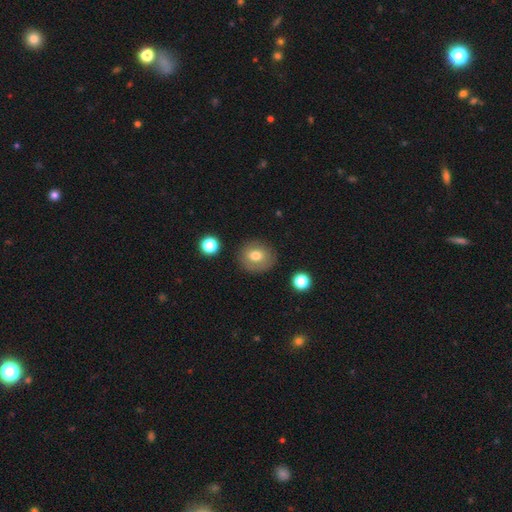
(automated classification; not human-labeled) Smooth or featured? Predicted: smooth (p=0.75). How rounded? Predicted: round (p=0.81). Merging? Predicted: none (p=0.83).